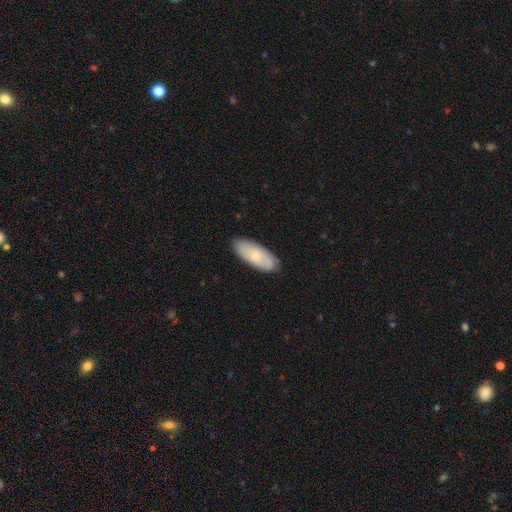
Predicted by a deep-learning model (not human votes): Smooth or featured: smooth — 63% (featured or disk — 31%)
How rounded: in between — 82% (cigar-shaped — 15%)
Merging: none — 83% (minor disturbance — 14%)